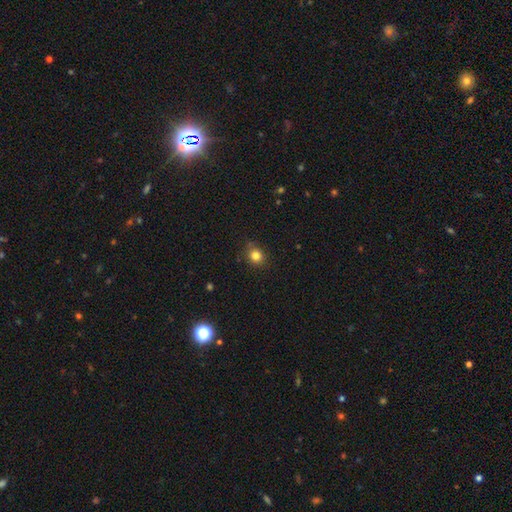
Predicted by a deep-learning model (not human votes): smooth 82%, star or artifact 13%, featured or disk 5%. Down the decision tree: how rounded — round (78%); merging — none (83%).